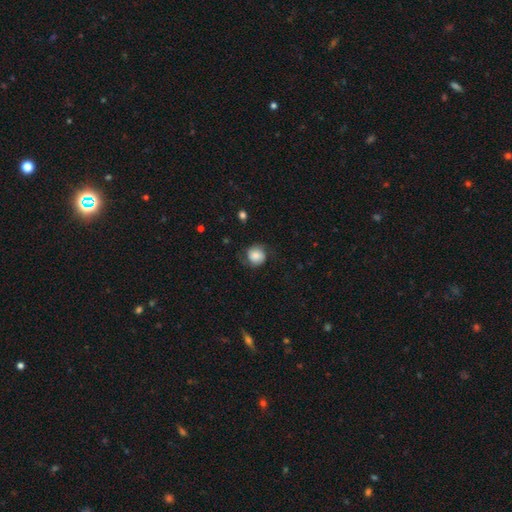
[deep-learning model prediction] Smooth or featured: smooth — 64% (featured or disk — 27%)
How rounded: round — 85% (in between — 14%)
Merging: none — 70% (minor disturbance — 19%)